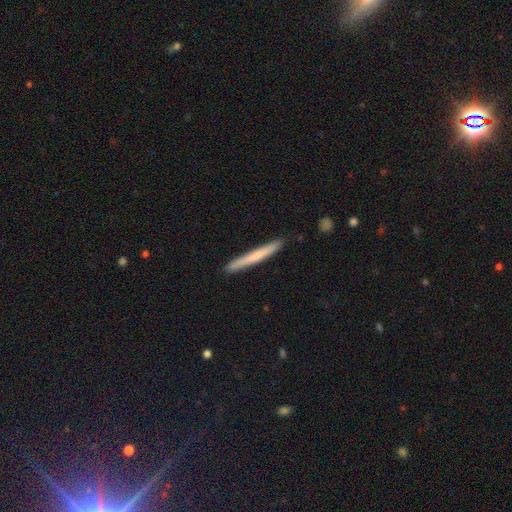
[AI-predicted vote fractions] The model was most divided on "smooth or featured": smooth: 63%, featured or disk: 32%, star or artifact: 5%. More confident: how rounded — cigar-shaped (97%); merging — none (90%).